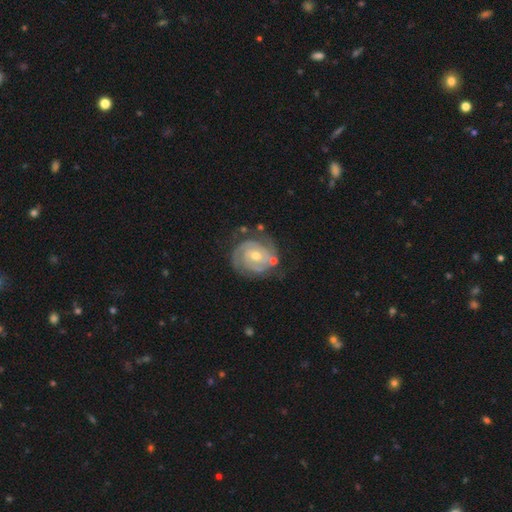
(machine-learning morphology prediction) Smooth or featured?
  - featured or disk: 88% *
  - smooth: 7%
  - star or artifact: 5%
Edge-on disk?
  - no: 98% *
  - yes: 2%
Bar?
  - no: 60% *
  - weak: 32%
  - strong: 8%
Spiral arms?
  - yes: 97% *
  - no: 3%
Spiral winding?
  - tight: 75% *
  - medium: 21%
  - loose: 4%
Spiral arm count?
  - 2: 63% *
  - 3: 16%
  - can't tell: 12%
  - 4: 3%
  - 1: 3%
  - more than 4: 3%
Bulge size?
  - moderate: 58% *
  - small: 38%
  - large: 2%
  - none: 1%
  - dominant: 1%
Merging?
  - none: 72% *
  - minor disturbance: 17%
  - major disturbance: 6%
  - merger: 4%